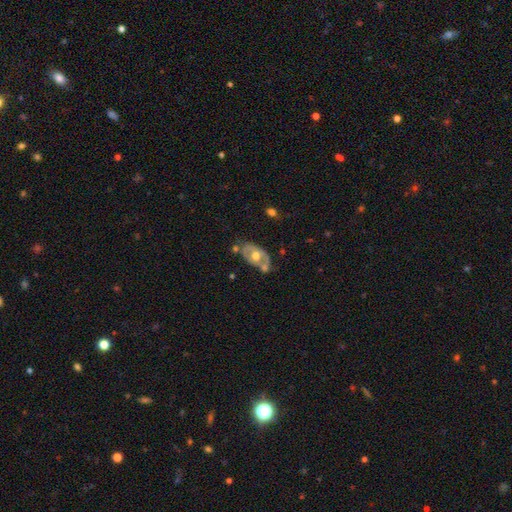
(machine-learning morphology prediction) This is possibly a featured or disk galaxy (59%). It is clearly not viewed edge-on (91%). Bar: clearly no (81%). Spiral arm pattern: likely no (72%). Central bulge: likely moderate (74%). Merging: possibly none (48%).